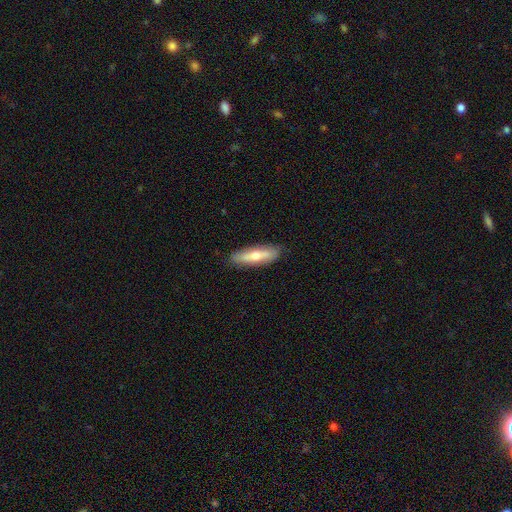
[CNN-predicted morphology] type=smooth (52%); roundness=cigar-shaped (64%); merging=none (87%).